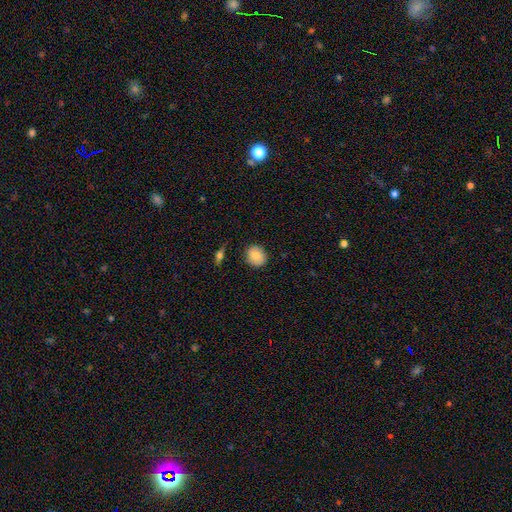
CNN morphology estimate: type=smooth (83%); roundness=round (72%); merging=none (84%).